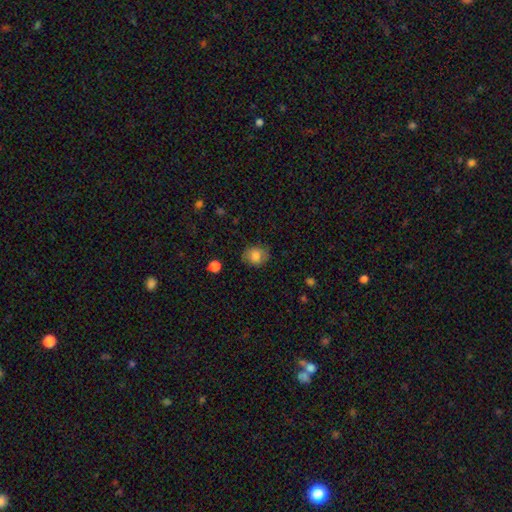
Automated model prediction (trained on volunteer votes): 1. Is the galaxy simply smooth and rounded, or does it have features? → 79% smooth, 12% featured or disk, 9% star or artifact.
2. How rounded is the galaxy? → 62% round, 37% in between, 1% cigar-shaped.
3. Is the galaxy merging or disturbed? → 75% none, 18% minor disturbance, 6% major disturbance, 1% merger.